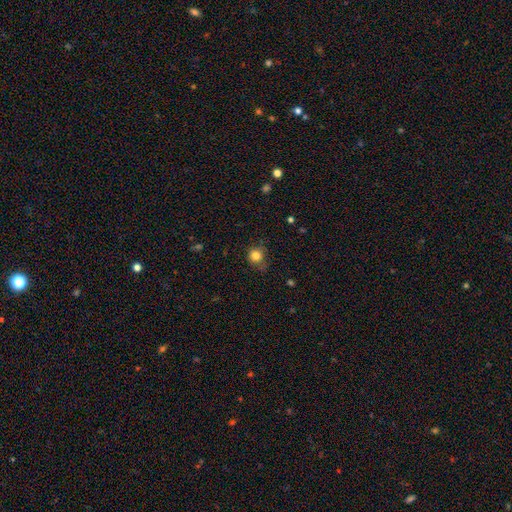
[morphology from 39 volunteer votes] Volunteers were most divided on "merging": none: 65%, minor disturbance: 22%, major disturbance: 14%, merger: 0%. More confident: how rounded — round (88%); smooth or featured — smooth (87%).